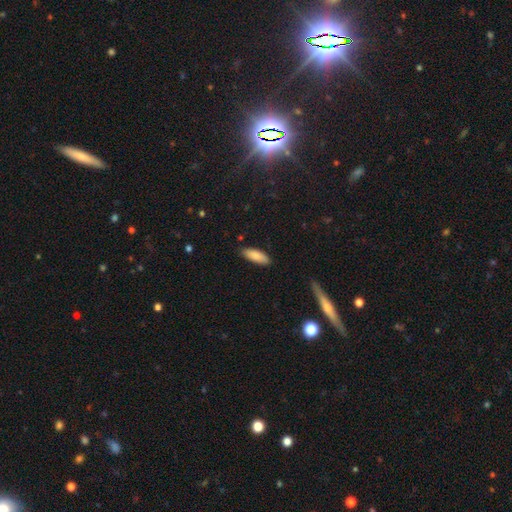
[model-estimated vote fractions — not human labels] Overall: smooth (87%). How rounded: in between (67%; cigar-shaped 31%). Merging: none (86%).